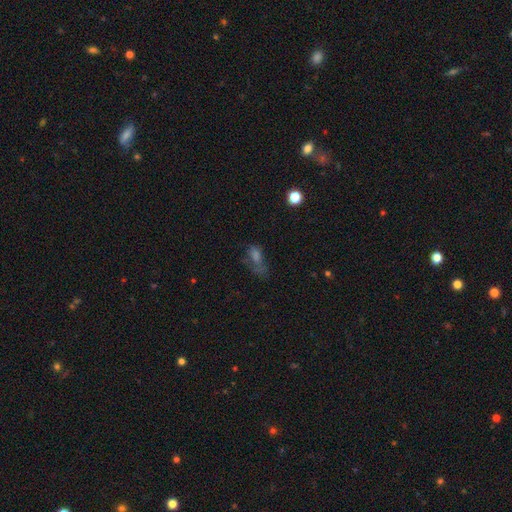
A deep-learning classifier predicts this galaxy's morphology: Overall: smooth (45%; star or artifact 28%). Merging: major disturbance (37%; none 36%).